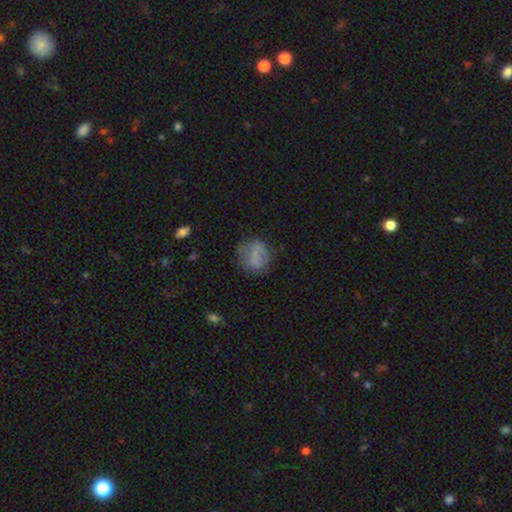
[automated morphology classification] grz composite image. It shows a smooth galaxy with no disk features (67%) that is round (79%). Merging: none (69%).